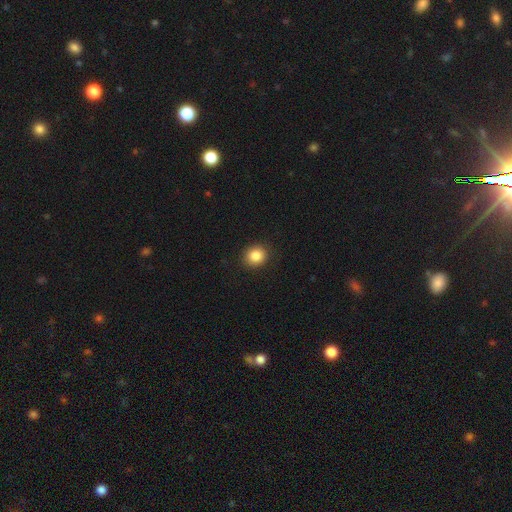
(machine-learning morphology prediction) This appears to be a smooth galaxy with no disk features (85%) that is round (81%). Merging: none (90%).